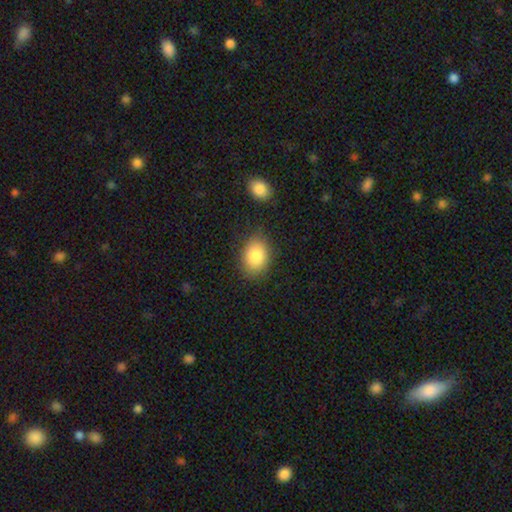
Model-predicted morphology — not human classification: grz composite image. It shows a smooth galaxy with no disk features (85%) that is in between round and cigar-shaped (74%). Merging: none (81%).